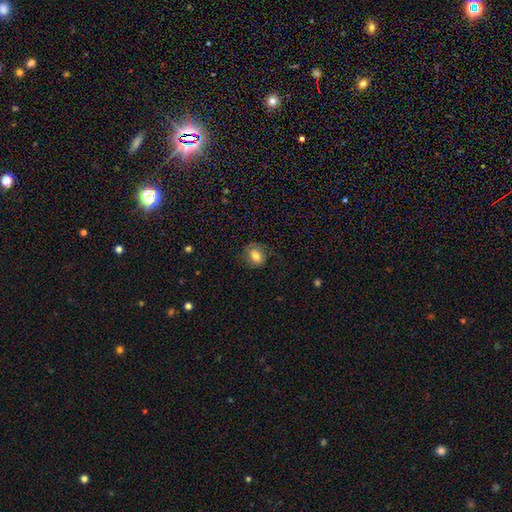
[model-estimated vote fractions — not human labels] Smooth or featured?
  - smooth: 74% *
  - featured or disk: 17%
  - star or artifact: 9%
How rounded?
  - in between: 51% *
  - round: 47%
  - cigar-shaped: 1%
Merging?
  - none: 72% *
  - minor disturbance: 18%
  - major disturbance: 9%
  - merger: 1%